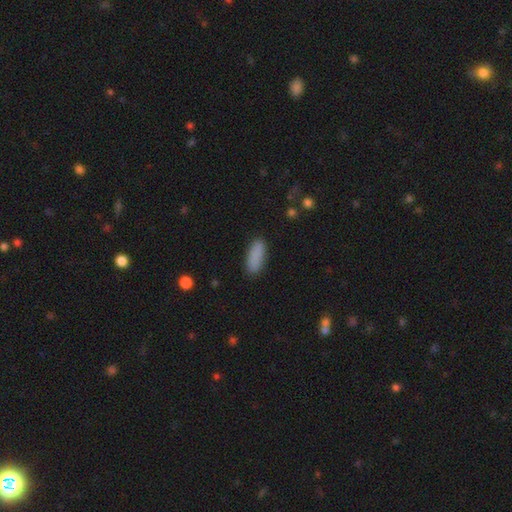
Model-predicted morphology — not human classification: Overall: smooth (88%). How rounded: in between (68%; cigar-shaped 30%). Merging: none (86%).